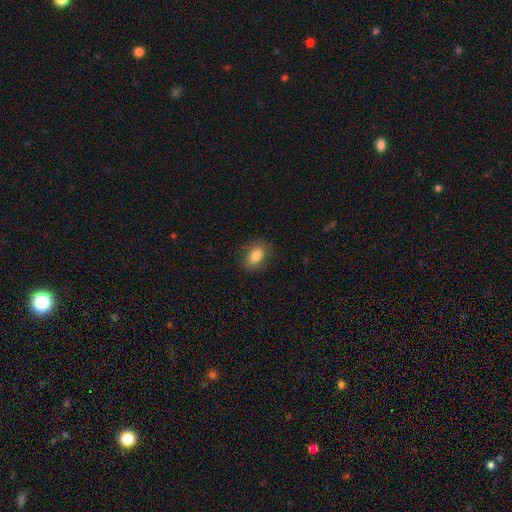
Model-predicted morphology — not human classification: A smooth galaxy with no disk features (82%) that is in between round and cigar-shaped (84%).

Vote fractions:
- Smooth or featured? smooth: 82% / featured or disk: 10% / star or artifact: 8%
- How rounded? in between: 84% / round: 14% / cigar-shaped: 2%
- Merging? none: 81% / minor disturbance: 14% / major disturbance: 4% / merger: 1%